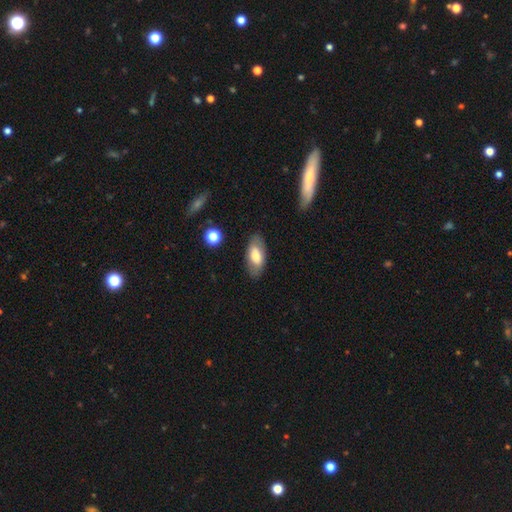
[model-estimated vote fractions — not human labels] This appears to be a smooth galaxy with no disk features (67%) that is in between round and cigar-shaped (91%). Merging: none (83%).